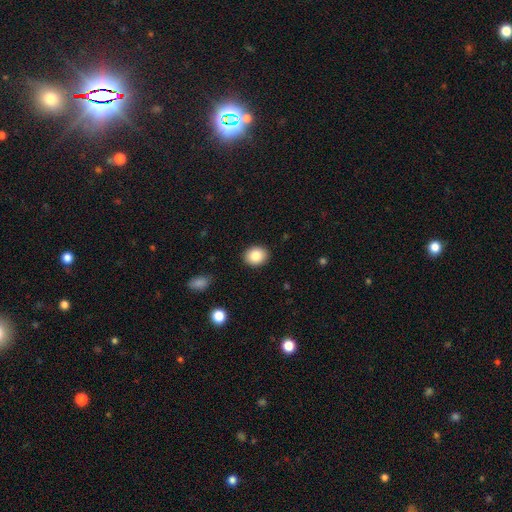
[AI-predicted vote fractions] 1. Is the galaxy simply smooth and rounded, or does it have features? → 85% smooth, 8% star or artifact, 6% featured or disk.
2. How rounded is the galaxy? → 61% round, 38% in between, 1% cigar-shaped.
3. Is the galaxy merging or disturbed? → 90% none, 7% minor disturbance, 2% major disturbance, 1% merger.